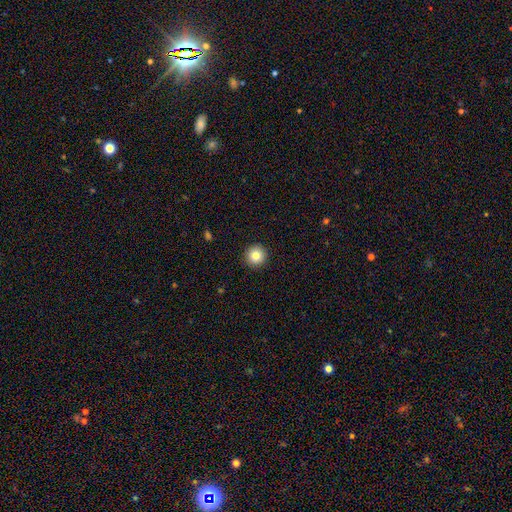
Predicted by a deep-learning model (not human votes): Smooth or featured? Predicted: smooth (p=0.83). How rounded? Predicted: round (p=0.96). Merging? Predicted: none (p=0.93).